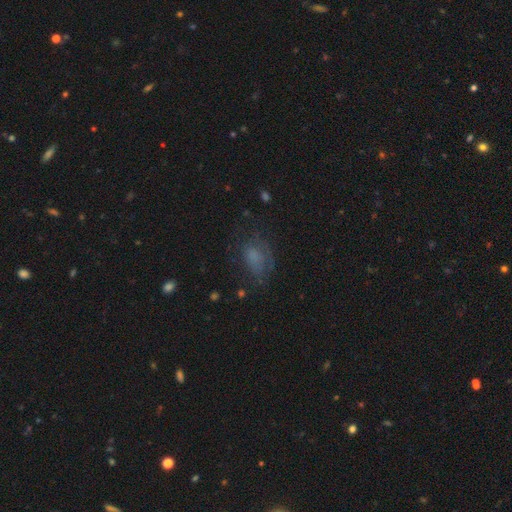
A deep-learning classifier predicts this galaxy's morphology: smooth_or_featured: smooth (p=0.54) [alt: featured or disk p=0.25]
how_rounded: in between (p=0.73) [alt: round p=0.25]
merging: none (p=0.54) [alt: minor disturbance p=0.23]